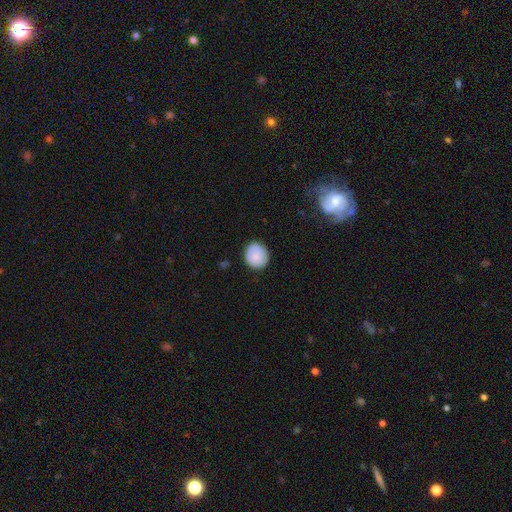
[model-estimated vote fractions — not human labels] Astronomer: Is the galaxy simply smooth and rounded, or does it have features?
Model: smooth — 79%.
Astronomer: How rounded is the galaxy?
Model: round — 85%.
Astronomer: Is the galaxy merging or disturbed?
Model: none — 84%.